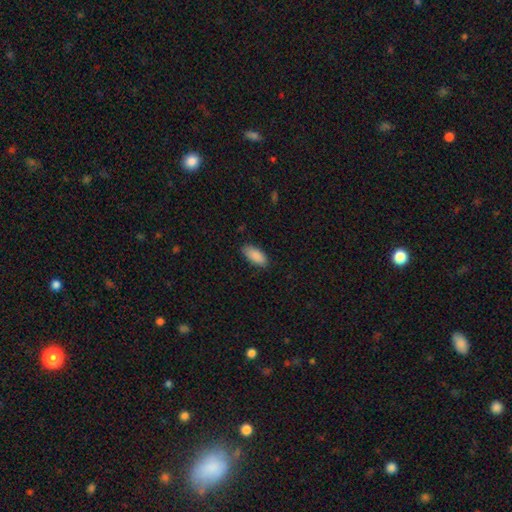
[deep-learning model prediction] smooth-or-featured: smooth: 90% | star or artifact: 6% | featured or disk: 4%
  how-rounded: in between: 88% | cigar-shaped: 10% | round: 2%
  merging: none: 85% | minor disturbance: 12% | major disturbance: 2% | merger: 1%